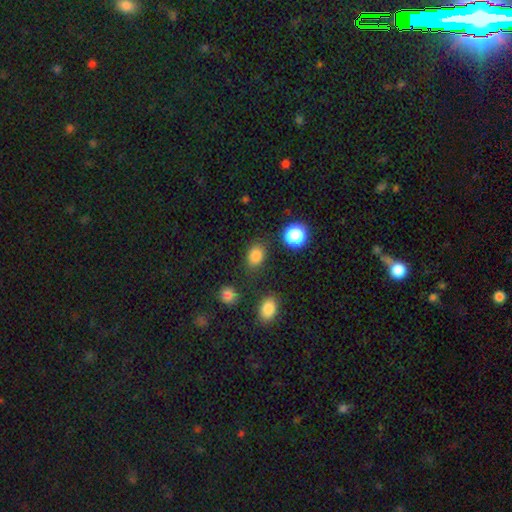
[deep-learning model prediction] Morphology: type=smooth (83%); roundness=in between (63%); merging=none (81%).